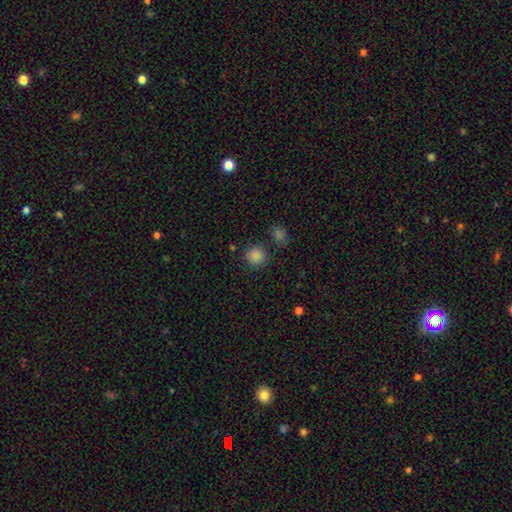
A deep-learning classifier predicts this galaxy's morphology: A smooth galaxy with no disk features (85%) that is round (91%). Merging: none (79%).